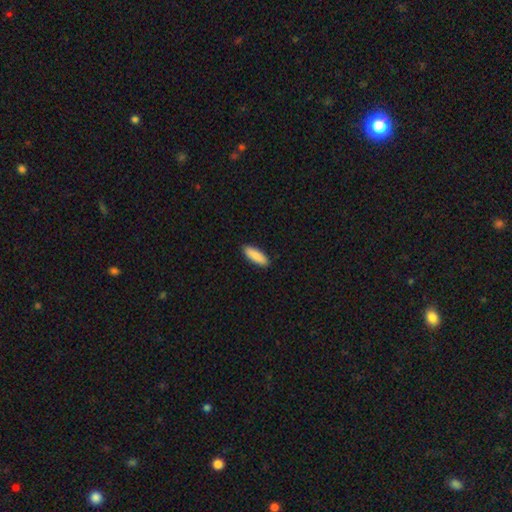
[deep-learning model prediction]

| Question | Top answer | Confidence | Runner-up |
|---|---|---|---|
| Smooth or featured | smooth | 89% | star or artifact (5%) |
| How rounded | in between | 54% | cigar-shaped (44%) |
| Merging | none | 91% | minor disturbance (7%) |